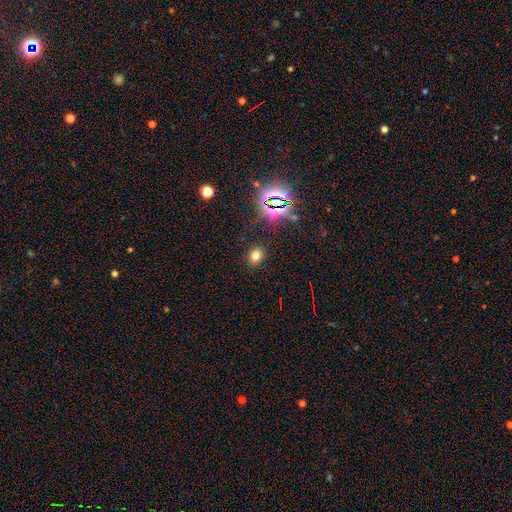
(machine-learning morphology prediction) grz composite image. It shows a smooth galaxy with no disk features (69%) that is round (51%). Merging: none (87%).